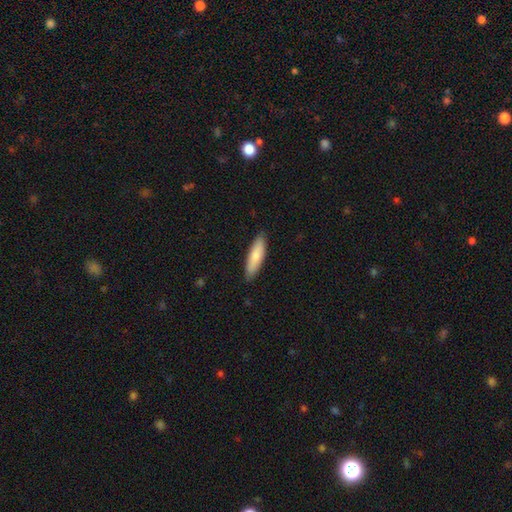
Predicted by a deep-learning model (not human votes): This is likely a smooth galaxy (78%). How rounded: possibly cigar-shaped (60%). Merging: clearly none (87%).